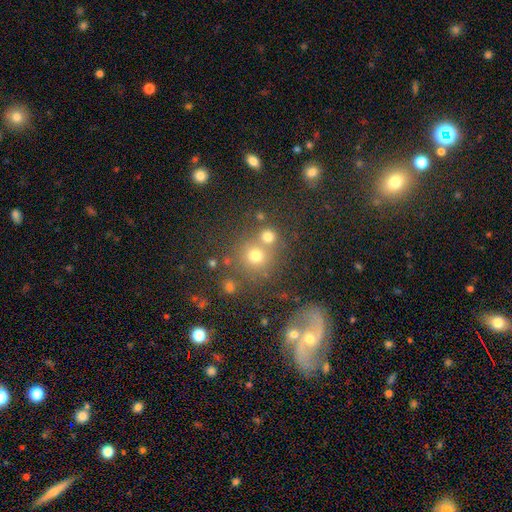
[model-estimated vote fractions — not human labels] Q: Smooth or featured?
A: smooth (69%); runner-up: star or artifact (19%)
Q: How rounded?
A: round (88%); runner-up: in between (11%)
Q: Merging?
A: none (59%); runner-up: merger (27%)